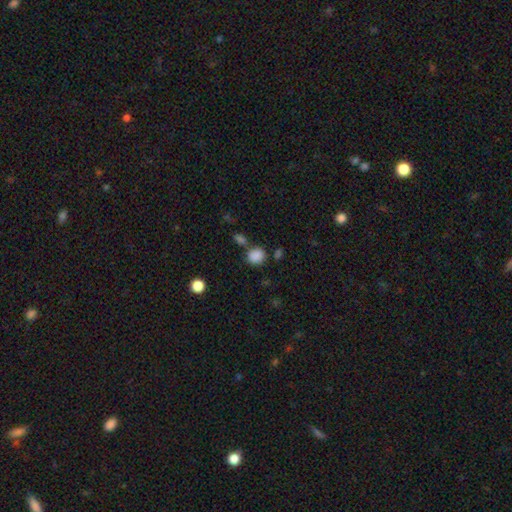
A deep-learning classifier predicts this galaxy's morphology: Smooth or featured: smooth — 85% (star or artifact — 11%)
How rounded: round — 69% (in between — 29%)
Merging: none — 66% (merger — 14%)